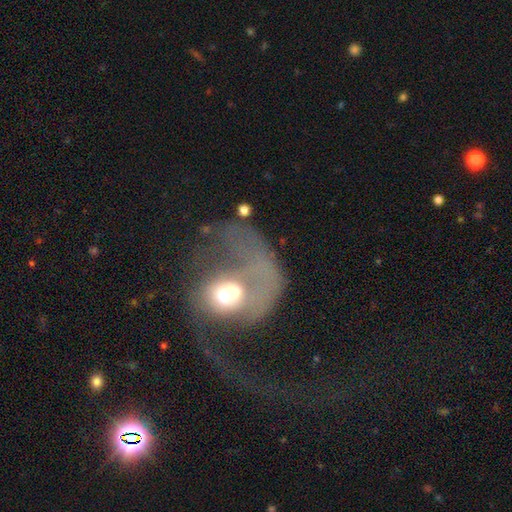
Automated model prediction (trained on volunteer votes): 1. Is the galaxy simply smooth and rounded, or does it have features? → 70% featured or disk, 21% smooth, 9% star or artifact.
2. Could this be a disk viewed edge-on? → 97% no, 3% yes.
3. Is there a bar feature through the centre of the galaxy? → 71% no, 22% weak, 7% strong.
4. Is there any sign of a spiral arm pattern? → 78% yes, 22% no.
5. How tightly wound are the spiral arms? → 61% loose, 29% medium, 9% tight.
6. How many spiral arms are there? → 58% 1, 30% 2, 7% can't tell, 2% 3, 2% 4, 2% more than 4.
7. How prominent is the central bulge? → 61% moderate, 21% large, 12% small, 4% dominant, 2% none.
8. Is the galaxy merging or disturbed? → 60% major disturbance, 20% none, 11% minor disturbance, 9% merger.